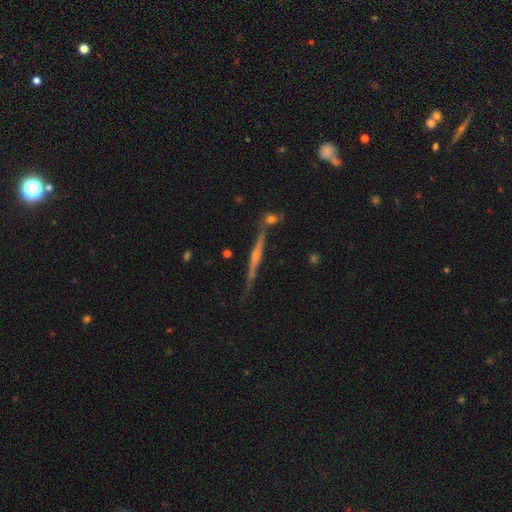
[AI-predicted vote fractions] Smooth or featured? featured or disk (70%)
Edge-on disk? yes (93%)
Edge-on bulge? rounded (67%)
Merging? none (75%)